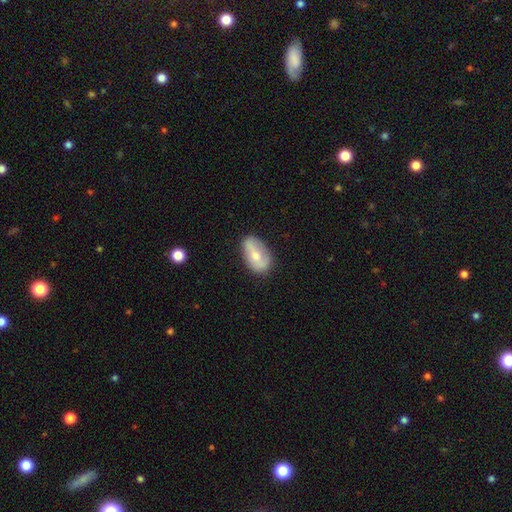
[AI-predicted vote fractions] Morphology: type=smooth (52%); roundness=in between (89%); merging=none (73%).